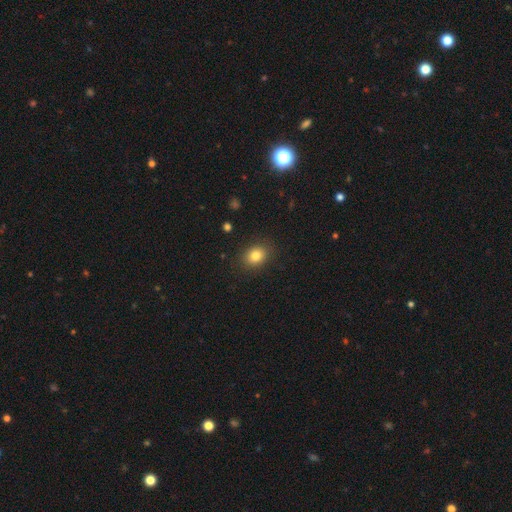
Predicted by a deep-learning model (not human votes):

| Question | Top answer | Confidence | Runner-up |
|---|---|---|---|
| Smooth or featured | smooth | 82% | star or artifact (11%) |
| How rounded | in between | 54% | round (45%) |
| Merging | none | 86% | minor disturbance (9%) |